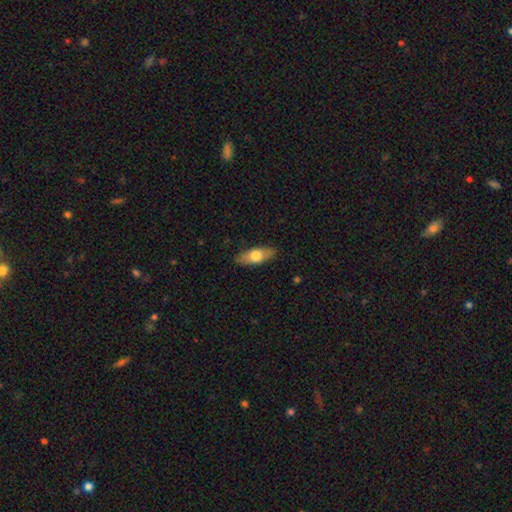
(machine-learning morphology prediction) A smooth galaxy with no disk features (63%) that is in between round and cigar-shaped (70%). Merging: none (86%).